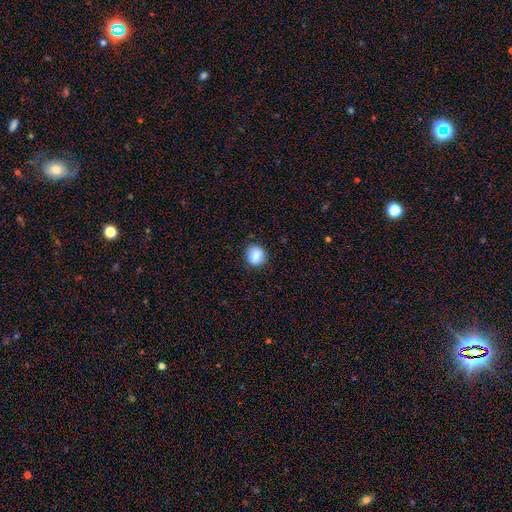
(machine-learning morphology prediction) Q: Smooth or featured?
A: smooth (87%); runner-up: star or artifact (9%)
Q: How rounded?
A: round (82%); runner-up: in between (17%)
Q: Merging?
A: none (87%); runner-up: minor disturbance (10%)